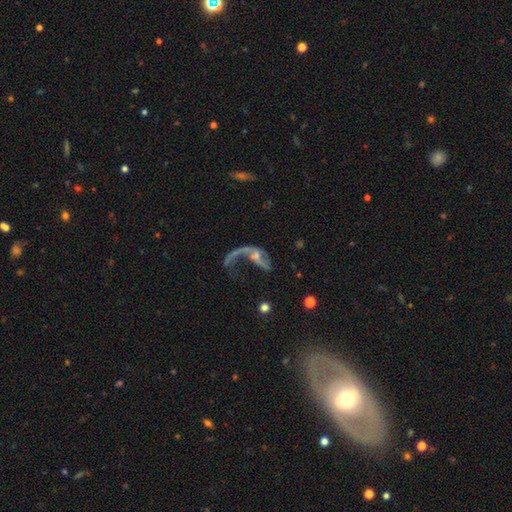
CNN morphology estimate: This appears to be a featured or disk galaxy (76%) with no bar (62%), 1 (59%) loose (86%) spiral arms (76%) and a small central bulge (58%). Merging: major disturbance (52%).